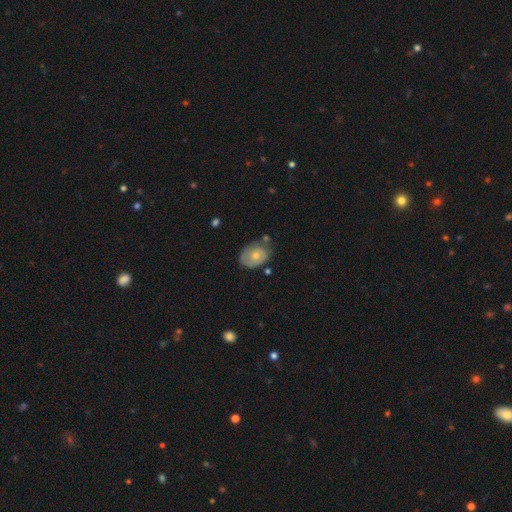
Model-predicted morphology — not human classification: Q: Smooth or featured?
A: featured or disk (47%); runner-up: smooth (46%)
Q: Merging?
A: none (58%); runner-up: minor disturbance (27%)